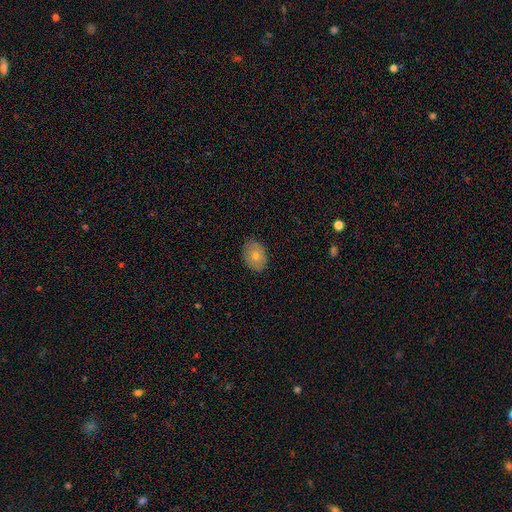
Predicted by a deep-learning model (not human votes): A smooth galaxy with no disk features (61%) that is in between round and cigar-shaped (68%).

Vote fractions:
- Smooth or featured? smooth: 61% / featured or disk: 30% / star or artifact: 9%
- How rounded? in between: 68% / round: 31% / cigar-shaped: 1%
- Merging? none: 85% / minor disturbance: 11% / major disturbance: 2% / merger: 1%